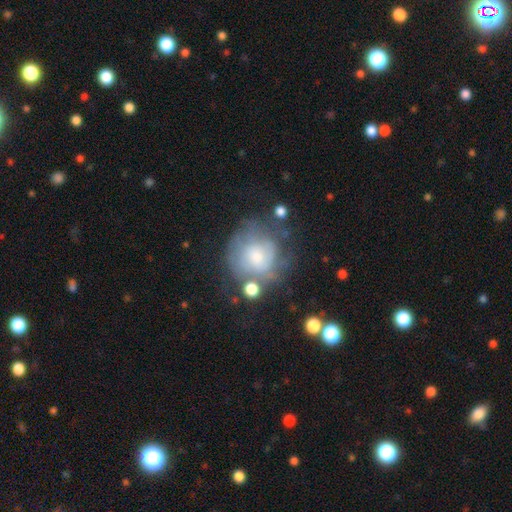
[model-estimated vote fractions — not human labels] Smooth or featured: featured or disk — 54% (smooth — 35%)
Edge-on disk: no — 97% (yes — 3%)
Bar: no — 76% (weak — 21%)
Spiral arms: yes — 65% (no — 35%)
Bulge size: small — 47% (moderate — 39%)
Merging: none — 57% (minor disturbance — 21%)